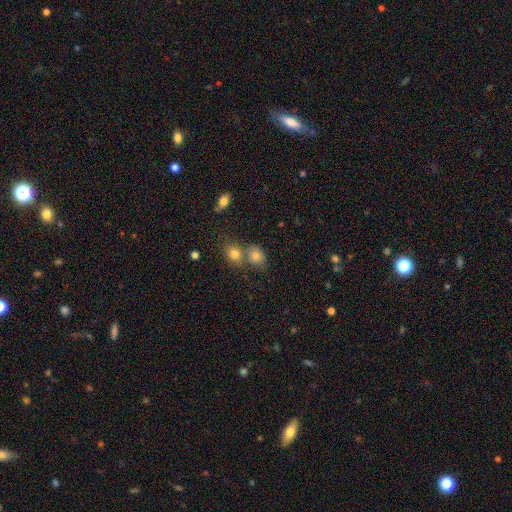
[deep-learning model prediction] smooth_or_featured: smooth (p=0.78) [alt: star or artifact p=0.12]
how_rounded: round (p=0.59) [alt: in between p=0.40]
merging: none (p=0.47) [alt: merger p=0.41]